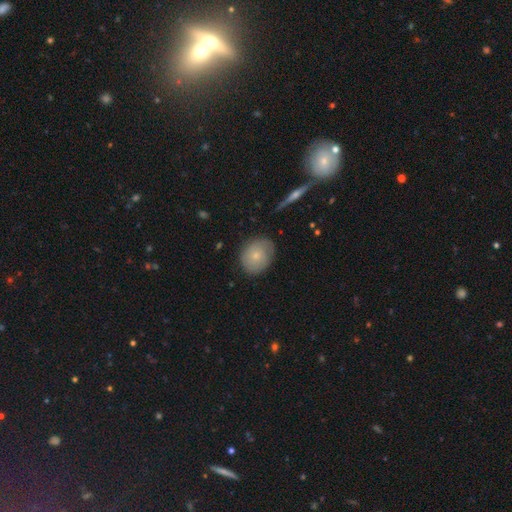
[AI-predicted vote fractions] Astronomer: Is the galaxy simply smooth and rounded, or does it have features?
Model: smooth — 67%.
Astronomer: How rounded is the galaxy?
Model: round — 59% (runner-up: in between, 40%).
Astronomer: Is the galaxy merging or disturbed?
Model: none — 79%.